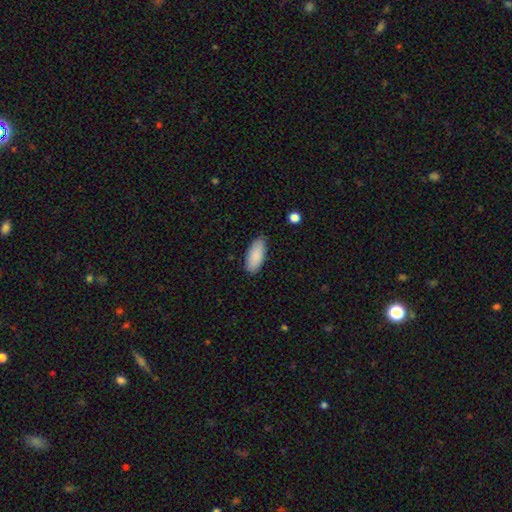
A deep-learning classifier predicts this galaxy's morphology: Smooth or featured: smooth — 89% (star or artifact — 6%)
How rounded: in between — 86% (cigar-shaped — 12%)
Merging: none — 83% (minor disturbance — 13%)